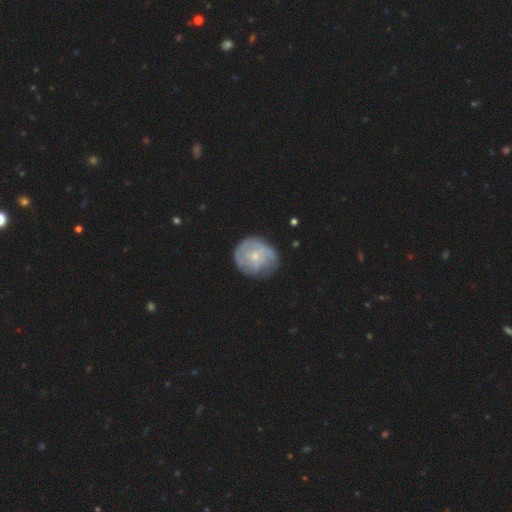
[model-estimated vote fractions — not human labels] Smooth or featured? featured or disk (67%)
Edge-on disk? no (98%)
Bar? no (67%)
Spiral arms? yes (80%)
Spiral winding? tight (62%)
Spiral arm count? can't tell (47%)
Bulge size? small (68%)
Merging? none (67%)